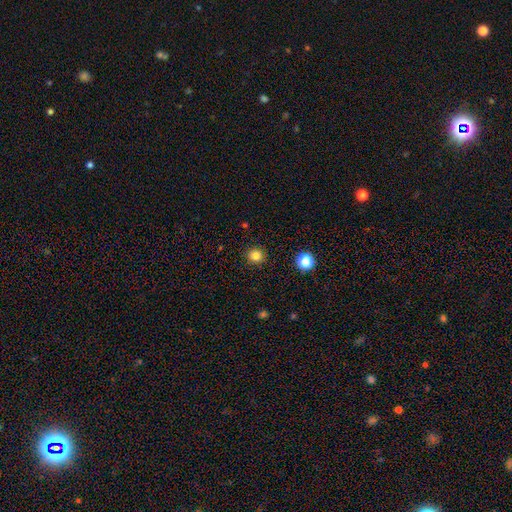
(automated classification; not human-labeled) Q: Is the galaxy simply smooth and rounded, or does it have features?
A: smooth — 82%.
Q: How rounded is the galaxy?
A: round — 91%.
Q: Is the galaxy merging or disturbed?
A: none — 91%.